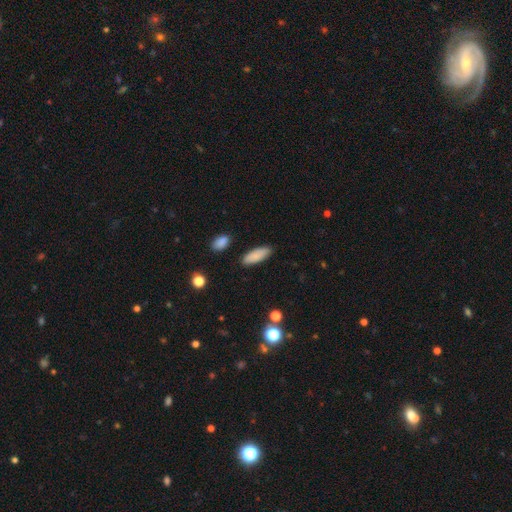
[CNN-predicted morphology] Smooth or featured: smooth — 86% (featured or disk — 7%)
How rounded: in between — 69% (cigar-shaped — 29%)
Merging: none — 87% (minor disturbance — 9%)